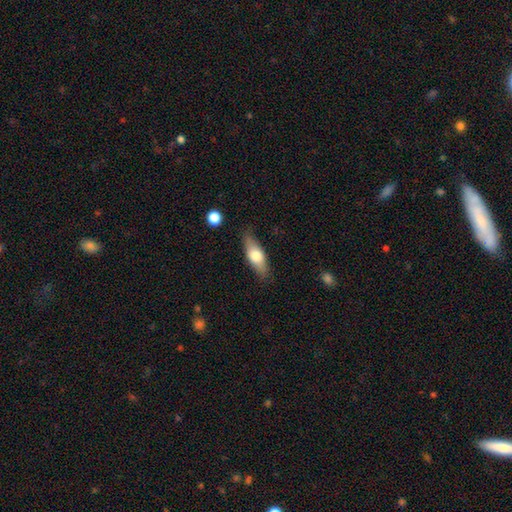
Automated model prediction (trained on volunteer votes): Overall: smooth (64%; featured or disk 30%). How rounded: in between (69%). Merging: none (81%).